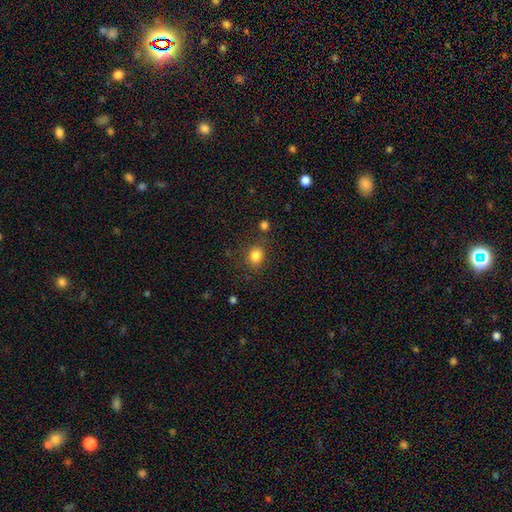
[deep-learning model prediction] A smooth galaxy with no disk features (82%) that is round (73%).

Vote fractions:
- Smooth or featured? smooth: 82% / star or artifact: 12% / featured or disk: 5%
- How rounded? round: 73% / in between: 26% / cigar-shaped: 1%
- Merging? none: 80% / minor disturbance: 12% / merger: 4% / major disturbance: 4%